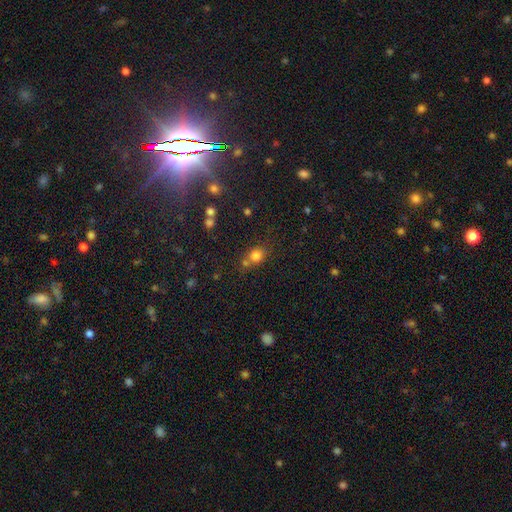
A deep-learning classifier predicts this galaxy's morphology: Q: Smooth or featured?
A: smooth (77%); runner-up: star or artifact (15%)
Q: How rounded?
A: round (70%); runner-up: in between (29%)
Q: Merging?
A: none (54%); runner-up: merger (29%)